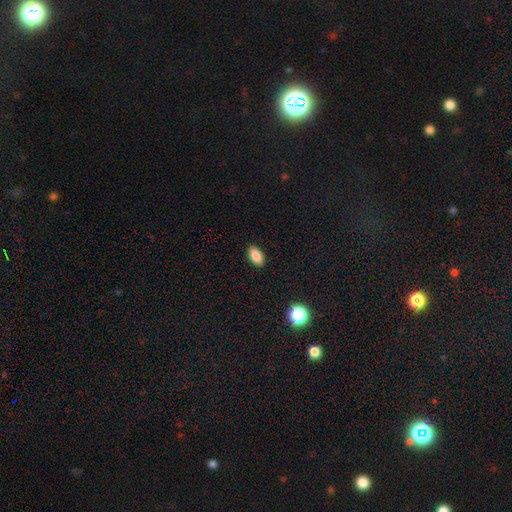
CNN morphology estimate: smooth_or_featured: smooth (p=0.86) [alt: star or artifact p=0.08]
how_rounded: in between (p=0.92) [alt: cigar-shaped p=0.04]
merging: none (p=0.90) [alt: minor disturbance p=0.07]